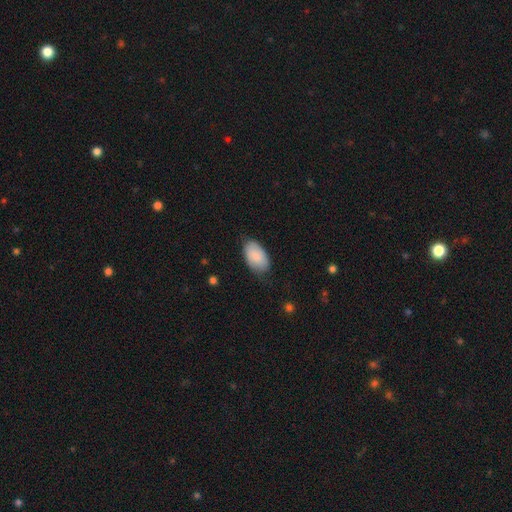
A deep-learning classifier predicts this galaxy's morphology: Q: Smooth or featured?
A: smooth (86%); runner-up: featured or disk (8%)
Q: How rounded?
A: in between (95%); runner-up: round (4%)
Q: Merging?
A: none (69%); runner-up: minor disturbance (25%)